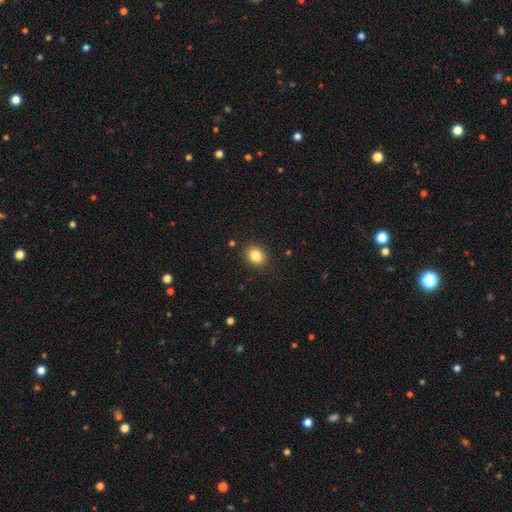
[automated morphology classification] This appears to be a smooth galaxy with no disk features (83%) that is round (56%). Merging: none (89%).